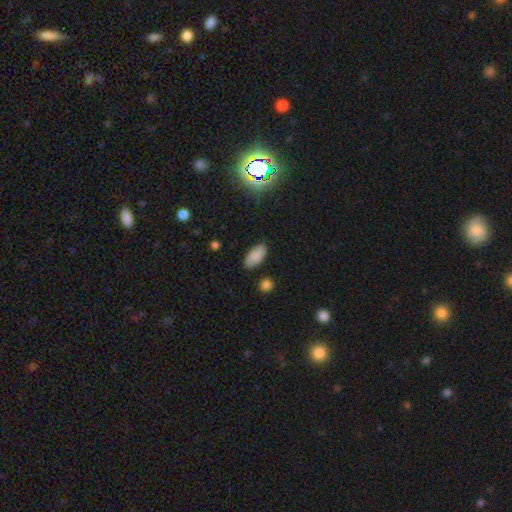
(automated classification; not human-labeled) Smooth or featured?
  - smooth: 84% *
  - star or artifact: 9%
  - featured or disk: 7%
How rounded?
  - in between: 92% *
  - cigar-shaped: 6%
  - round: 2%
Merging?
  - none: 84% *
  - minor disturbance: 12%
  - major disturbance: 2%
  - merger: 2%